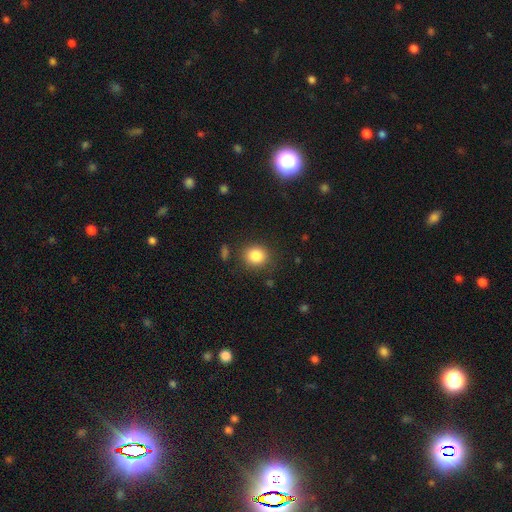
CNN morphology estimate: The model was most divided on "how rounded": round: 80%, in between: 19%, cigar-shaped: 1%. More confident: smooth or featured — smooth (85%); merging — none (84%).